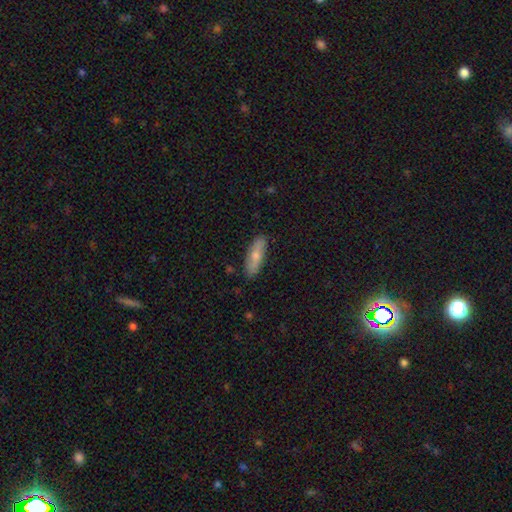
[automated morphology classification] smooth 66%, featured or disk 28%, star or artifact 6%. Down the decision tree: how rounded — in between (52%); merging — none (85%).